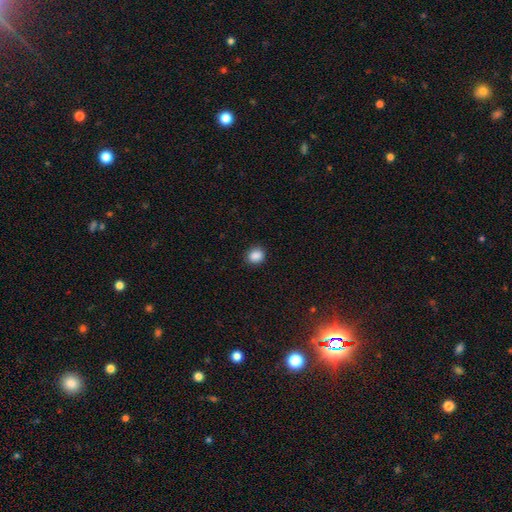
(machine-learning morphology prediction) Smooth or featured?
  - smooth: 88% *
  - star or artifact: 10%
  - featured or disk: 2%
How rounded?
  - round: 73% *
  - in between: 26%
  - cigar-shaped: 1%
Merging?
  - none: 89% *
  - minor disturbance: 8%
  - major disturbance: 2%
  - merger: 1%